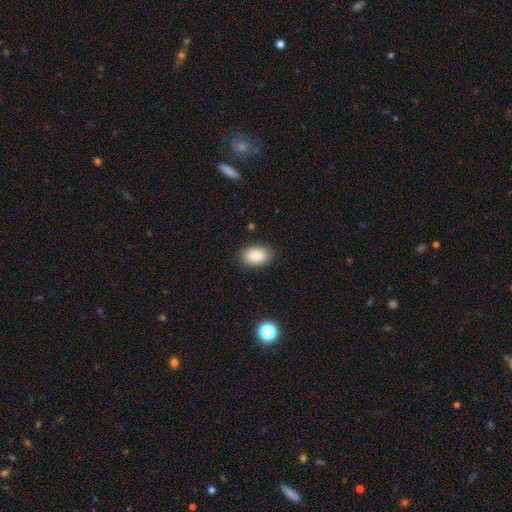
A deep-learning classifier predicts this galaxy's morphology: smooth 89%, star or artifact 7%, featured or disk 3%. Down the decision tree: how rounded — in between (89%); merging — none (87%).